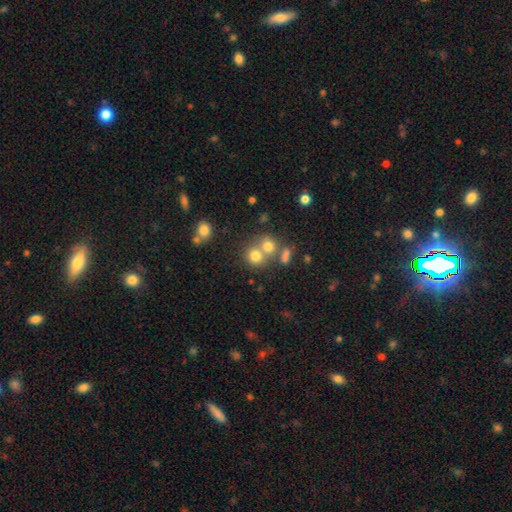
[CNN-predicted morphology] A smooth galaxy with no disk features (74%) that is round (84%).

Vote fractions:
- Smooth or featured? smooth: 74% / star or artifact: 14% / featured or disk: 11%
- How rounded? round: 84% / in between: 15% / cigar-shaped: 1%
- Merging? none: 48% / merger: 40% / minor disturbance: 8% / major disturbance: 4%